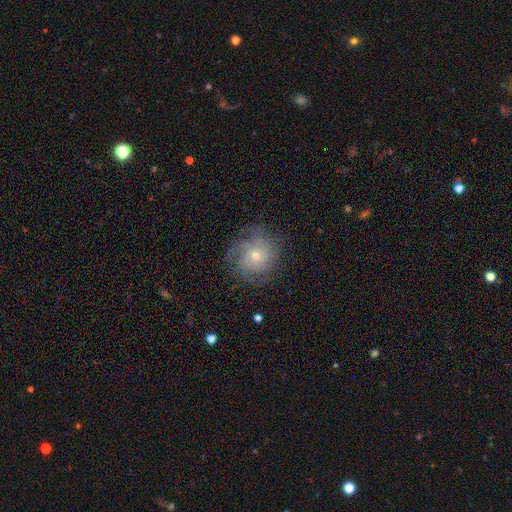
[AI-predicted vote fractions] Morphology: type=featured or disk (60%); edge-on=no (97%); bar=no (83%); spiral arms=yes (88%); winding=tight (61%); arm count=can't tell (46%); bulge=small (56%); merging=none (77%).